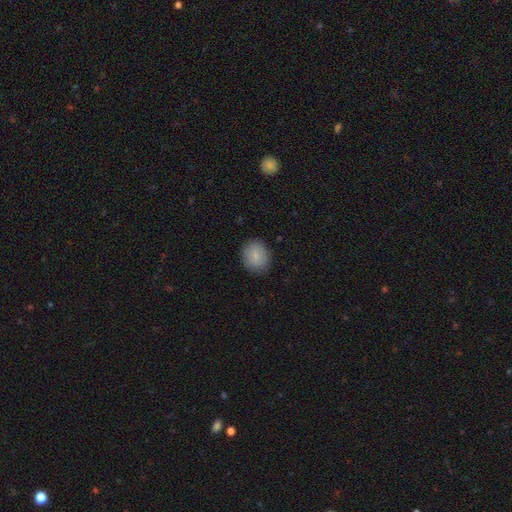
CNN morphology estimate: Smooth or featured?
  - smooth: 82% *
  - featured or disk: 10%
  - star or artifact: 8%
How rounded?
  - round: 72% *
  - in between: 27%
  - cigar-shaped: 1%
Merging?
  - none: 86% *
  - minor disturbance: 10%
  - major disturbance: 3%
  - merger: 1%